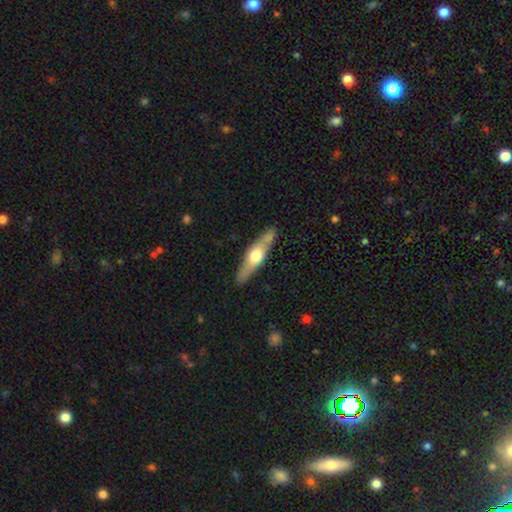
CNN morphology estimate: Smooth or featured? featured or disk (62%)
Edge-on disk? yes (93%)
Edge-on bulge? rounded (93%)
Merging? none (88%)